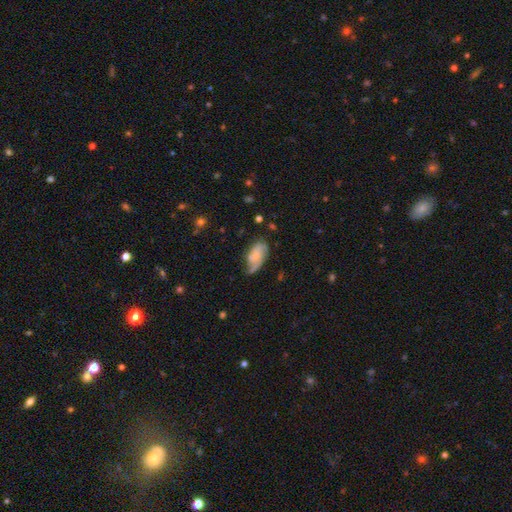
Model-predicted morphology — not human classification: Q: Smooth or featured?
A: featured or disk (65%); runner-up: smooth (28%)
Q: Edge-on disk?
A: no (96%); runner-up: yes (4%)
Q: Bar?
A: no (65%); runner-up: weak (29%)
Q: Spiral arms?
A: yes (91%); runner-up: no (9%)
Q: Spiral winding?
A: medium (43%); runner-up: tight (34%)
Q: Spiral arm count?
A: 2 (50%); runner-up: can't tell (18%)
Q: Bulge size?
A: small (44%); runner-up: none (34%)
Q: Merging?
A: none (52%); runner-up: minor disturbance (29%)